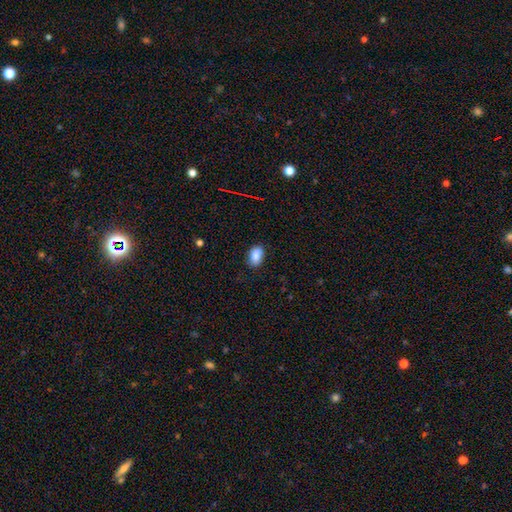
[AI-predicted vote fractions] The model was most divided on "merging": none: 84%, minor disturbance: 13%, major disturbance: 2%, merger: 1%. More confident: how rounded — in between (86%); smooth or featured — smooth (82%).